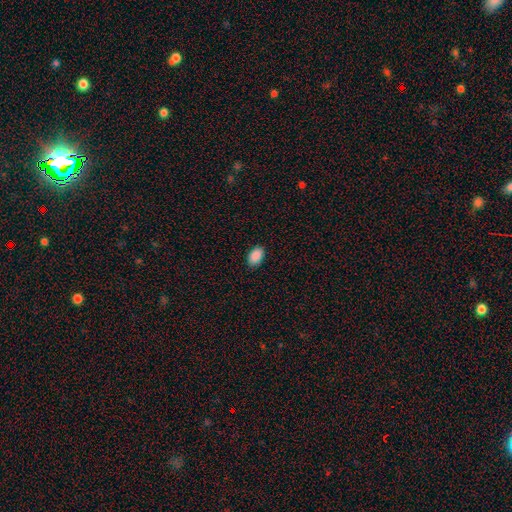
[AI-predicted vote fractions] smooth_or_featured: smooth (p=0.90) [alt: star or artifact p=0.07]
how_rounded: in between (p=0.90) [alt: round p=0.08]
merging: none (p=0.87) [alt: minor disturbance p=0.10]